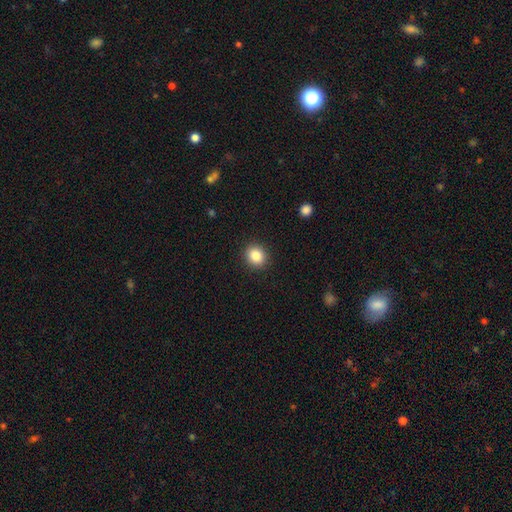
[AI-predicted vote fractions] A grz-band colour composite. It shows a smooth galaxy with no disk features (86%) that is round (75%). Merging: none (91%).